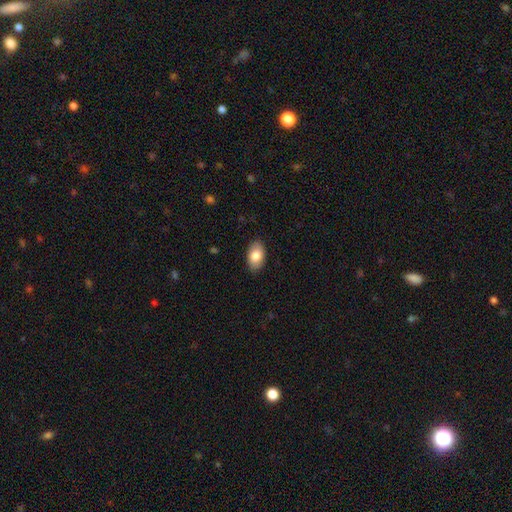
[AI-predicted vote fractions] smooth-or-featured: smooth: 83% | featured or disk: 11% | star or artifact: 6%
  how-rounded: in between: 93% | round: 5% | cigar-shaped: 1%
  merging: none: 88% | minor disturbance: 9% | major disturbance: 2% | merger: 1%